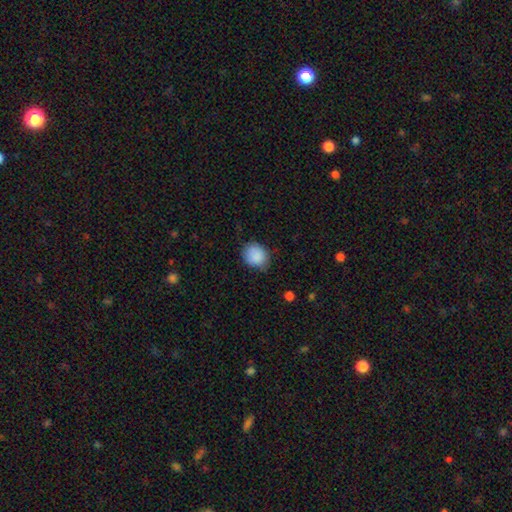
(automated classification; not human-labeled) This is clearly a smooth galaxy (88%). How rounded: likely round (70%). Merging: likely none (74%).